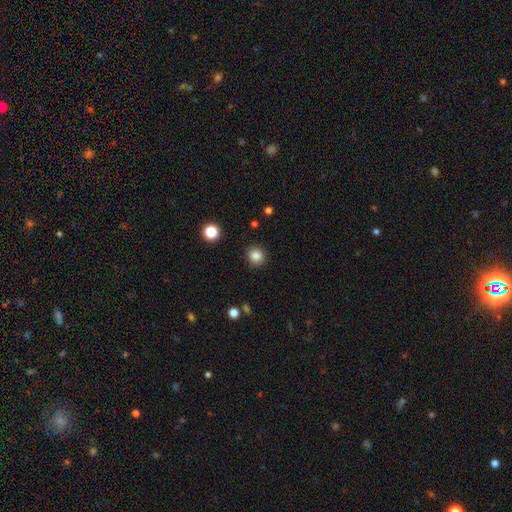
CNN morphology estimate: Smooth or featured: smooth — 85% (star or artifact — 11%)
How rounded: round — 87% (in between — 12%)
Merging: none — 90% (minor disturbance — 6%)